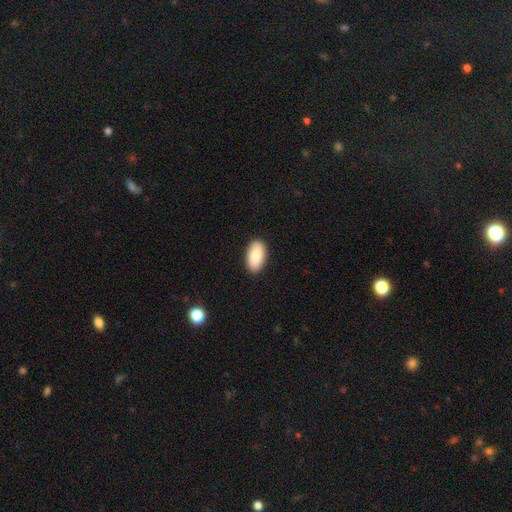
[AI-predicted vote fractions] smooth-or-featured: smooth: 87% | featured or disk: 7% | star or artifact: 6%
  how-rounded: in between: 95% | cigar-shaped: 3% | round: 3%
  merging: none: 90% | minor disturbance: 7% | major disturbance: 2% | merger: 1%